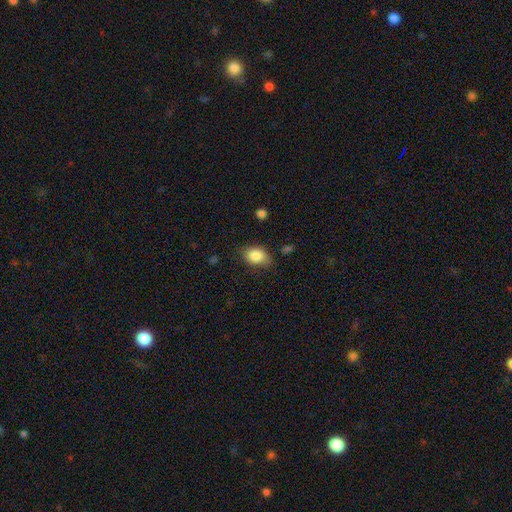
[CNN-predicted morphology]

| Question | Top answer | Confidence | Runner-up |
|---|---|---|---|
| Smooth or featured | smooth | 86% | star or artifact (8%) |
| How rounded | in between | 75% | round (23%) |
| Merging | none | 66% | minor disturbance (26%) |